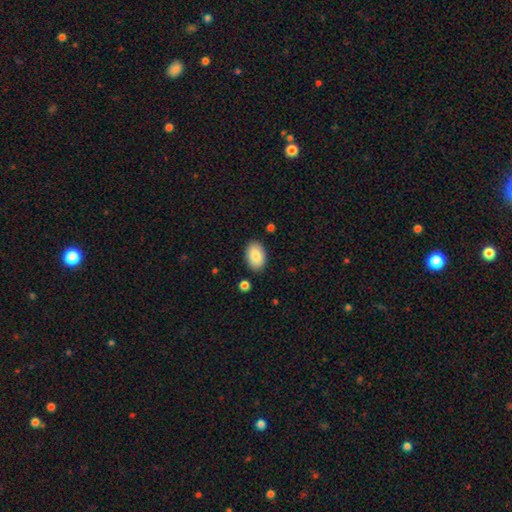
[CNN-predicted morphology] Smooth or featured? Predicted: smooth (p=0.87). How rounded? Predicted: in between (p=0.91). Merging? Predicted: none (p=0.87).